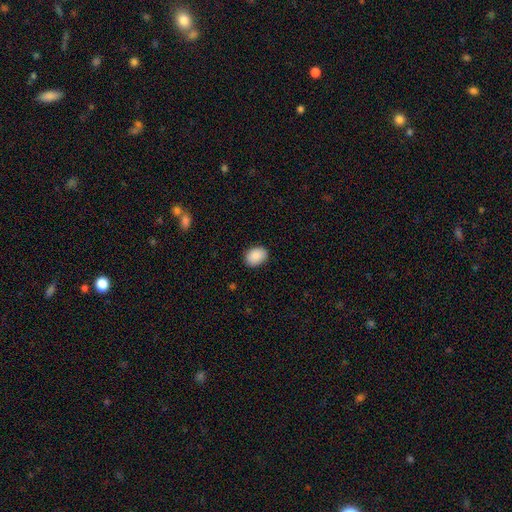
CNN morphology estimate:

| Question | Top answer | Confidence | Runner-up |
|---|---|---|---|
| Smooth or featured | smooth | 90% | star or artifact (7%) |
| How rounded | in between | 75% | round (25%) |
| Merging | none | 87% | minor disturbance (10%) |